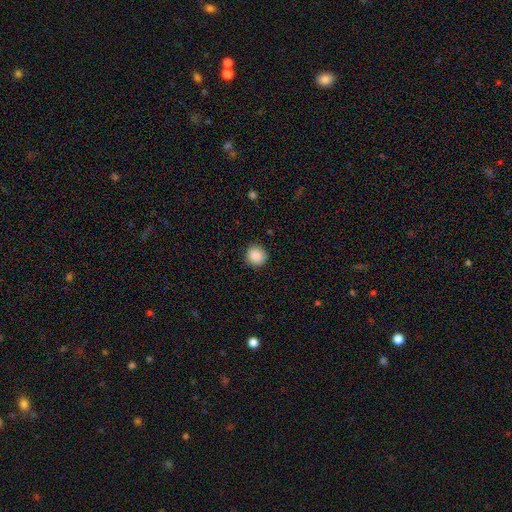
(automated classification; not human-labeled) A smooth galaxy with no disk features (89%) that is round (93%). Merging: none (91%).